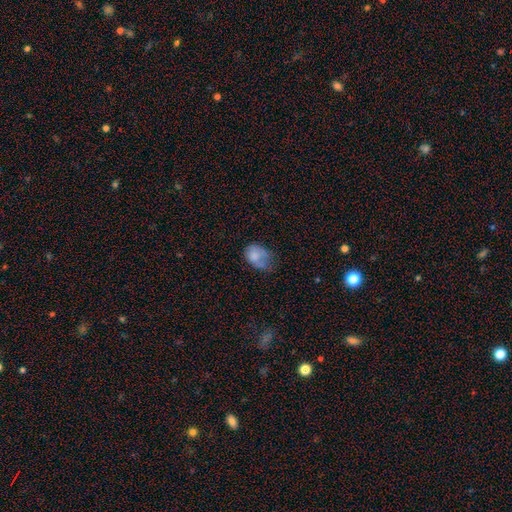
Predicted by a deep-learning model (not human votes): A smooth galaxy with no disk features (74%) that is in between round and cigar-shaped (72%).

Vote fractions:
- Smooth or featured? smooth: 74% / featured or disk: 17% / star or artifact: 9%
- How rounded? in between: 72% / round: 27% / cigar-shaped: 1%
- Merging? minor disturbance: 40% / none: 32% / major disturbance: 24% / merger: 5%